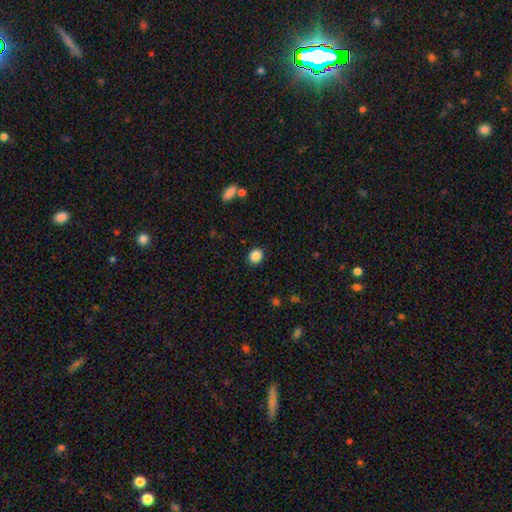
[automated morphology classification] A smooth galaxy with no disk features (88%) that is round (70%). Merging: none (90%).